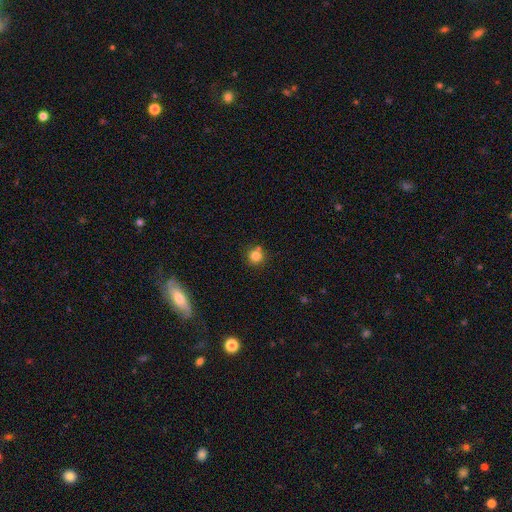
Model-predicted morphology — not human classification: This appears to be a smooth galaxy with no disk features (82%) that is round (92%). Merging: none (75%).